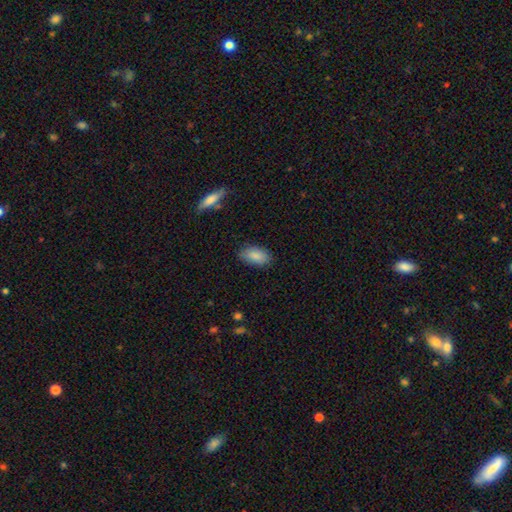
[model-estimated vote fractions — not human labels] A smooth galaxy with no disk features (87%) that is in between round and cigar-shaped (93%).

Vote fractions:
- Smooth or featured? smooth: 87% / star or artifact: 7% / featured or disk: 6%
- How rounded? in between: 93% / round: 4% / cigar-shaped: 4%
- Merging? none: 83% / minor disturbance: 13% / major disturbance: 3% / merger: 1%